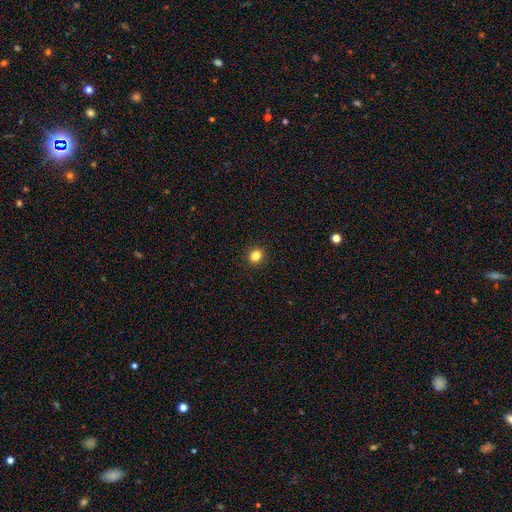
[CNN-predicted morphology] Overall: smooth (84%). How rounded: round (83%). Merging: none (93%).